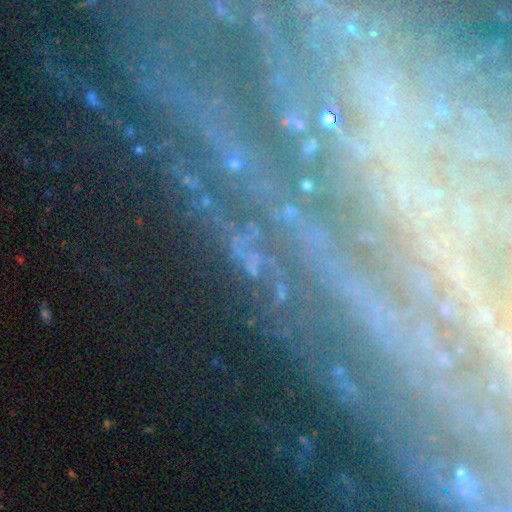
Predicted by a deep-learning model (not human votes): Overall: featured or disk (49%; star or artifact 38%). Merging: none (72%).